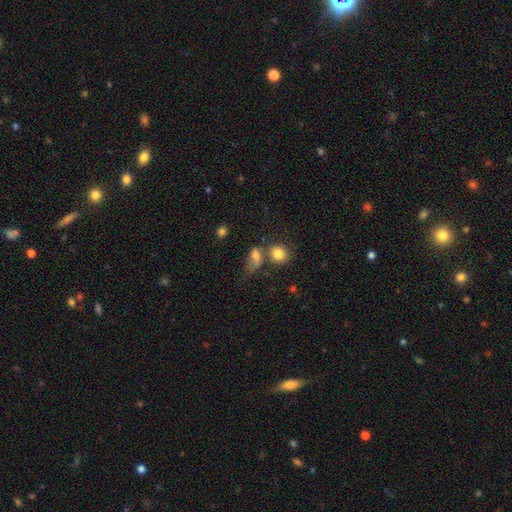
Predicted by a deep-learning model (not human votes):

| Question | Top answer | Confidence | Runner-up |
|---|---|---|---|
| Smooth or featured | smooth | 75% | featured or disk (13%) |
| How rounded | in between | 71% | round (25%) |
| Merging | merger | 32% | none (29%) |